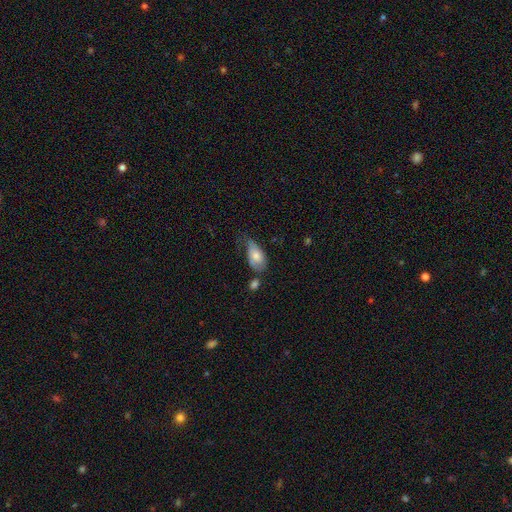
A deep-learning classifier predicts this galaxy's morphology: smooth_or_featured: smooth (p=0.67) [alt: featured or disk p=0.27]
how_rounded: in between (p=0.91) [alt: round p=0.05]
merging: minor disturbance (p=0.38) [alt: none p=0.33]